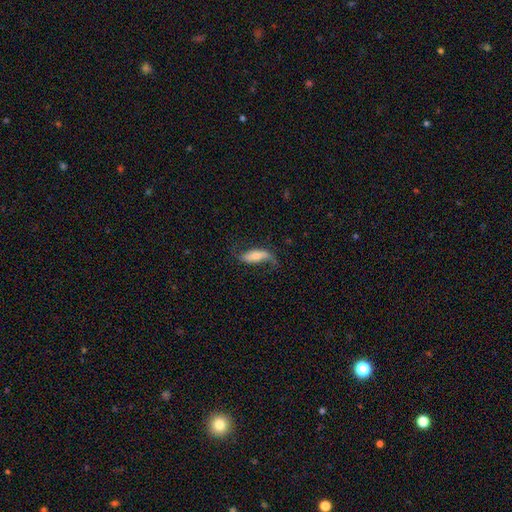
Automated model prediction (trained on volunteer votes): This is likely a featured or disk galaxy (61%). It is clearly not viewed edge-on (83%). Bar: possibly no (47%). Spiral arm pattern: clearly yes (87%). Central bulge: possibly moderate (46%). Merging: possibly none (58%).